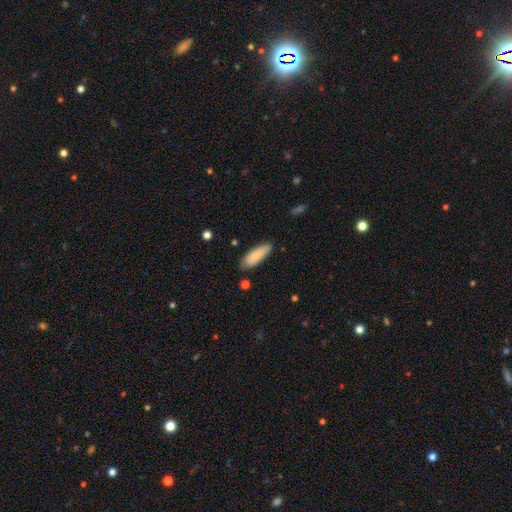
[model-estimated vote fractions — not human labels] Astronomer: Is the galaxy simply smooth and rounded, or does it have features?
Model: smooth — 84%.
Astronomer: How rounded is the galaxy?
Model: in between — 59% (runner-up: cigar-shaped, 39%).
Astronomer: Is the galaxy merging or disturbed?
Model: none — 75%.